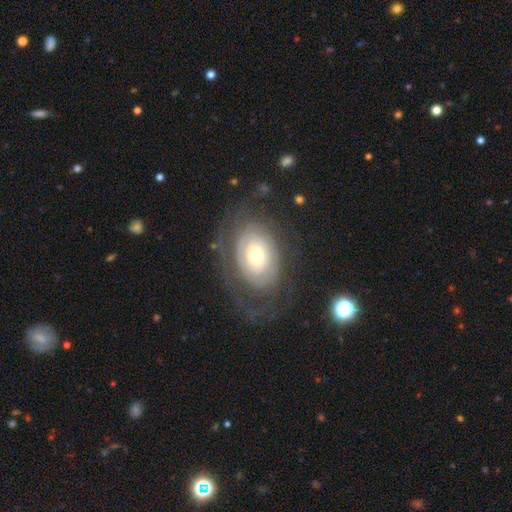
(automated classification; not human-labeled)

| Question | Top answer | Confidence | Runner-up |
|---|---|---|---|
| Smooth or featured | featured or disk | 70% | smooth (23%) |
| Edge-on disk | no | 95% | yes (5%) |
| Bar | no | 82% | weak (14%) |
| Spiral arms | yes | 67% | no (33%) |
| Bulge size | moderate | 52% | small (37%) |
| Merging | none | 64% | minor disturbance (17%) |